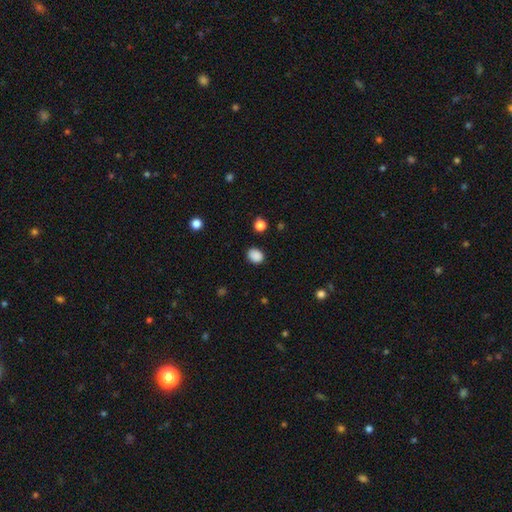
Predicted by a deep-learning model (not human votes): A smooth galaxy with no disk features (87%) that is round (50%).

Vote fractions:
- Smooth or featured? smooth: 87% / star or artifact: 10% / featured or disk: 3%
- How rounded? round: 50% / in between: 49% / cigar-shaped: 1%
- Merging? none: 85% / minor disturbance: 11% / major disturbance: 3% / merger: 2%